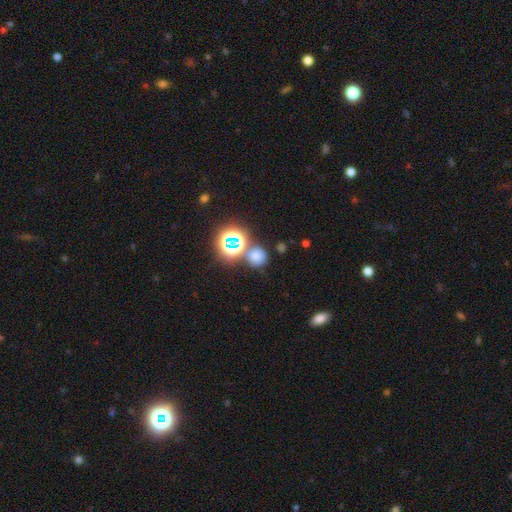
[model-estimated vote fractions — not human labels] Q: Smooth or featured?
A: smooth (62%); runner-up: star or artifact (31%)
Q: How rounded?
A: round (86%); runner-up: in between (13%)
Q: Merging?
A: none (69%); runner-up: merger (16%)